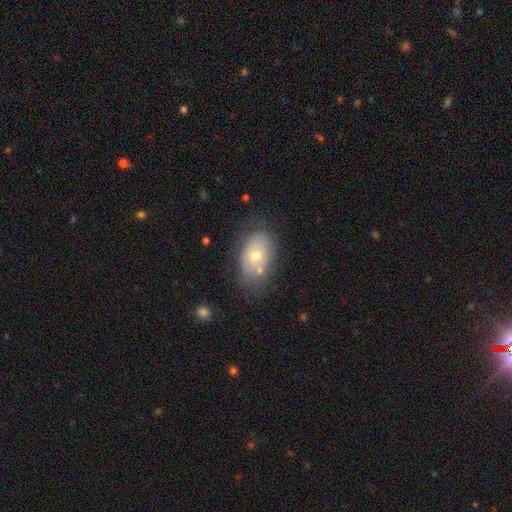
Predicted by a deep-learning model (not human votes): A smooth galaxy with no disk features (61%) that is in between round and cigar-shaped (88%). Merging: none (59%).